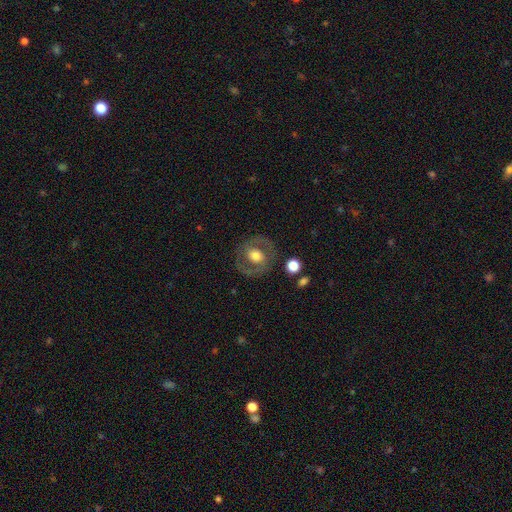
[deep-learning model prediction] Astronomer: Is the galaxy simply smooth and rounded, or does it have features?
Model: featured or disk — 57% (runner-up: smooth, 36%).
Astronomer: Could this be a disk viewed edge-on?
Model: no — 96%.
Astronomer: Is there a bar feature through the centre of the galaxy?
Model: no — 68%.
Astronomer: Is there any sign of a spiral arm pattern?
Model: no — 57% (runner-up: yes, 43%).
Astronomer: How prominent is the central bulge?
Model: moderate — 56% (runner-up: large, 32%).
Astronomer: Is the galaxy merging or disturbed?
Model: none — 80%.